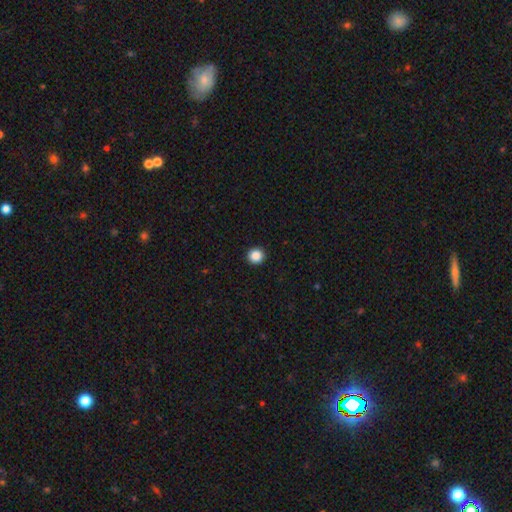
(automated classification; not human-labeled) The model was most divided on "smooth or featured": smooth: 88%, star or artifact: 10%, featured or disk: 2%. More confident: how rounded — round (94%); merging — none (94%).